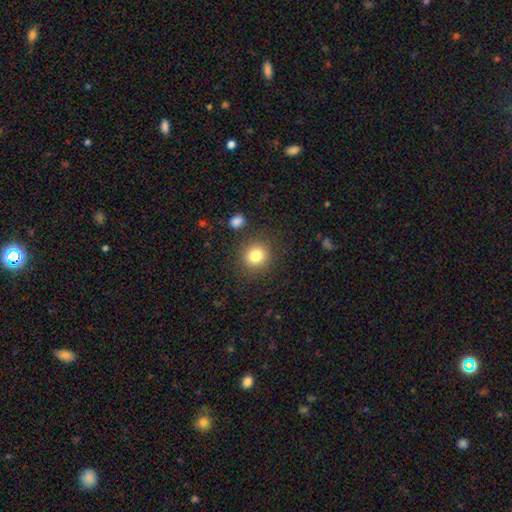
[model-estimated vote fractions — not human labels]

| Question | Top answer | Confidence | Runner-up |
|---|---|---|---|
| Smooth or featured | smooth | 81% | star or artifact (12%) |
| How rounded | round | 87% | in between (13%) |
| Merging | none | 86% | minor disturbance (8%) |